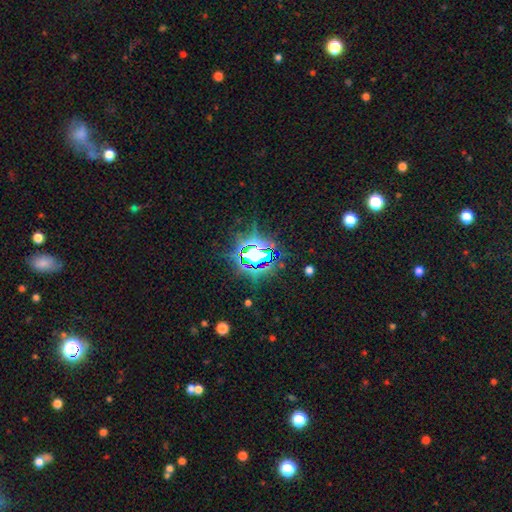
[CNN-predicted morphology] A star or artifact, not a galaxy (75%).